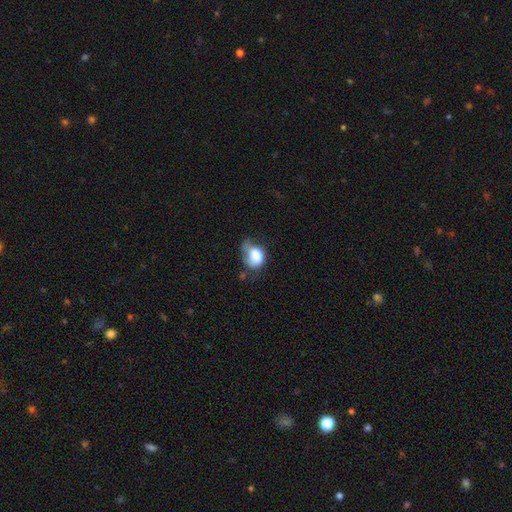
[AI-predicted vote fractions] Smooth or featured? smooth (75%)
How rounded? in between (67%)
Merging? minor disturbance (37%)